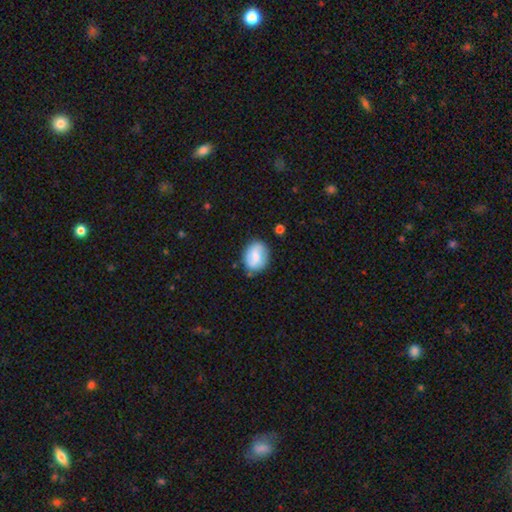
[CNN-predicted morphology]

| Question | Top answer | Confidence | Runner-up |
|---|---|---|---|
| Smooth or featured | smooth | 55% | featured or disk (38%) |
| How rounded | in between | 52% | round (46%) |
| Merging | none | 77% | minor disturbance (16%) |